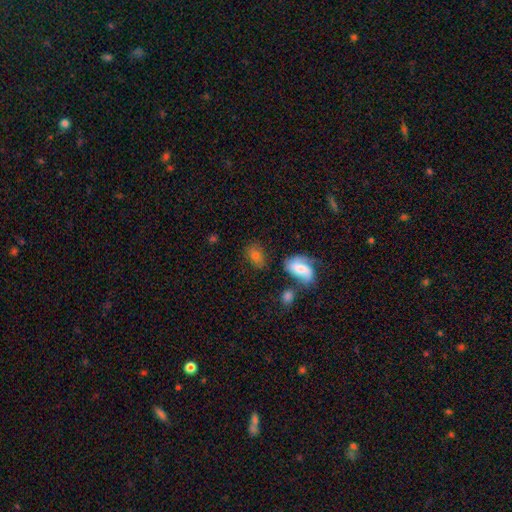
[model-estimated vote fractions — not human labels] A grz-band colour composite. It shows a smooth galaxy with no disk features (68%) that is in between round and cigar-shaped (78%). Merging: none (60%).